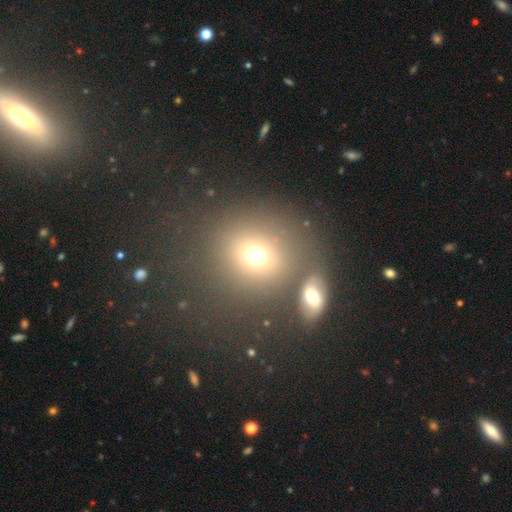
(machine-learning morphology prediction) smooth-or-featured: smooth: 71% | star or artifact: 16% | featured or disk: 13%
  how-rounded: round: 81% | in between: 18% | cigar-shaped: 1%
  merging: none: 62% | merger: 21% | minor disturbance: 10% | major disturbance: 7%